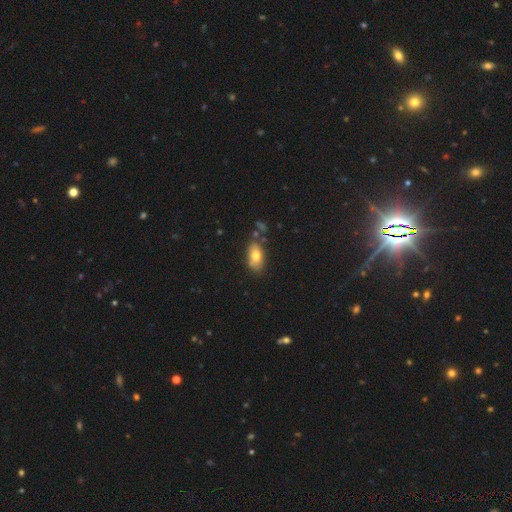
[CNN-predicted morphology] A smooth galaxy with no disk features (77%) that is in between round and cigar-shaped (90%).

Vote fractions:
- Smooth or featured? smooth: 77% / featured or disk: 15% / star or artifact: 8%
- How rounded? in between: 90% / round: 5% / cigar-shaped: 4%
- Merging? none: 72% / minor disturbance: 17% / merger: 7% / major disturbance: 4%